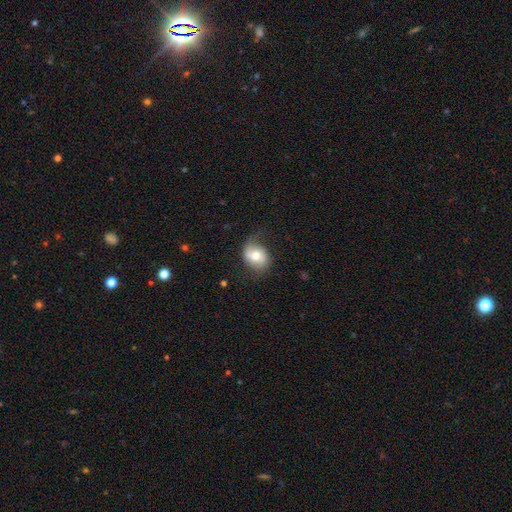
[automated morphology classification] This appears to be a smooth galaxy with no disk features (56%) that is in between round and cigar-shaped (59%). Merging: none (59%).